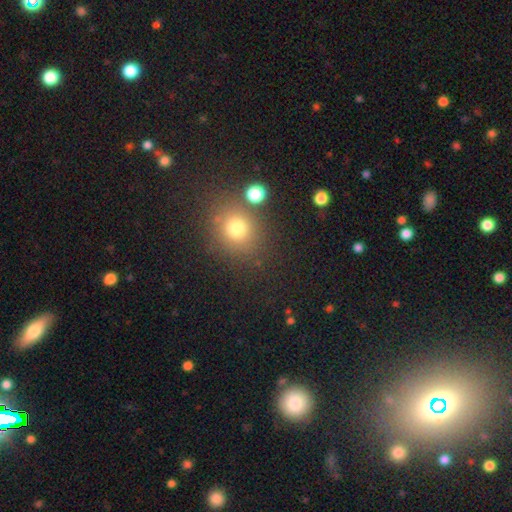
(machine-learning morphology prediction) Smooth or featured? smooth (63%)
How rounded? round (81%)
Merging? none (83%)